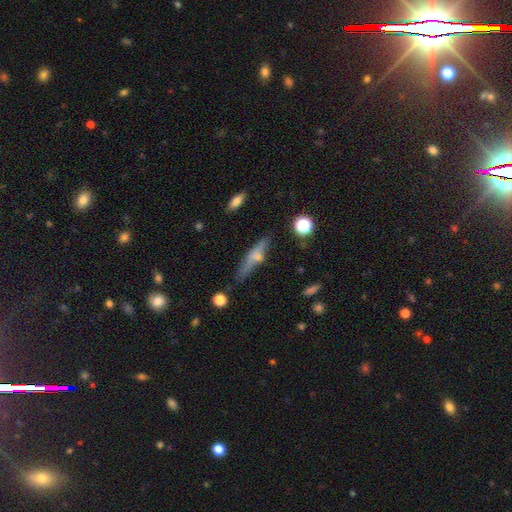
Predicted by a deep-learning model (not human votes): This is possibly a smooth galaxy (49%). Merging: likely none (68%).